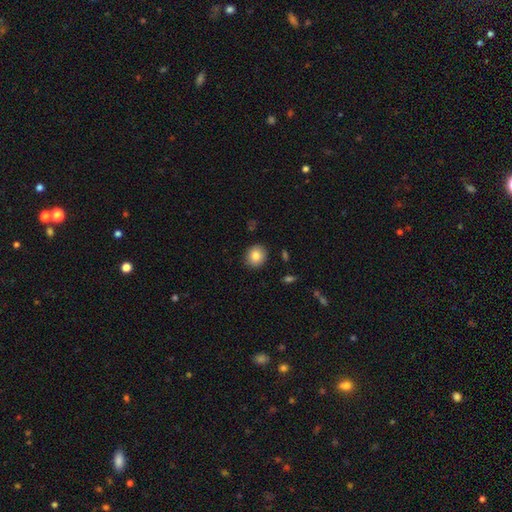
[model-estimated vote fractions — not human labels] Morphology: type=smooth (84%); roundness=round (77%); merging=none (90%).